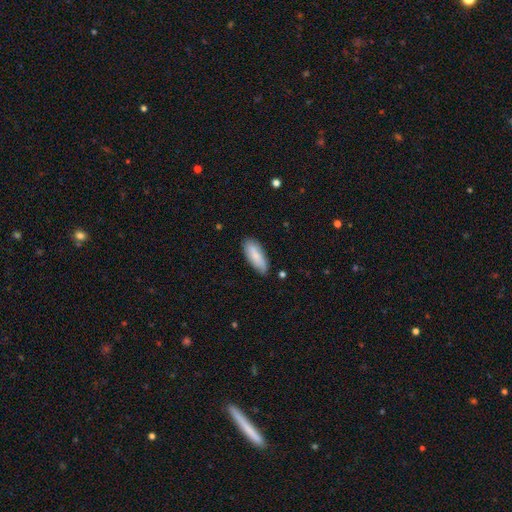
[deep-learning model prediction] Smooth or featured?
  - smooth: 81% *
  - featured or disk: 13%
  - star or artifact: 6%
How rounded?
  - in between: 72% *
  - cigar-shaped: 27%
  - round: 2%
Merging?
  - none: 77% *
  - minor disturbance: 18%
  - major disturbance: 3%
  - merger: 2%